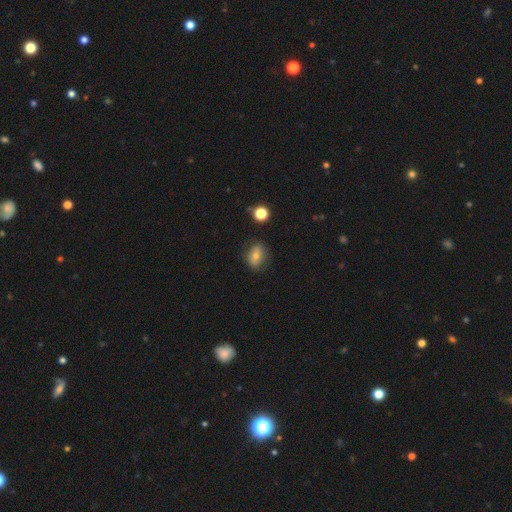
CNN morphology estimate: This appears to be a smooth galaxy with no disk features (65%) that is in between round and cigar-shaped (67%). Merging: none (76%).